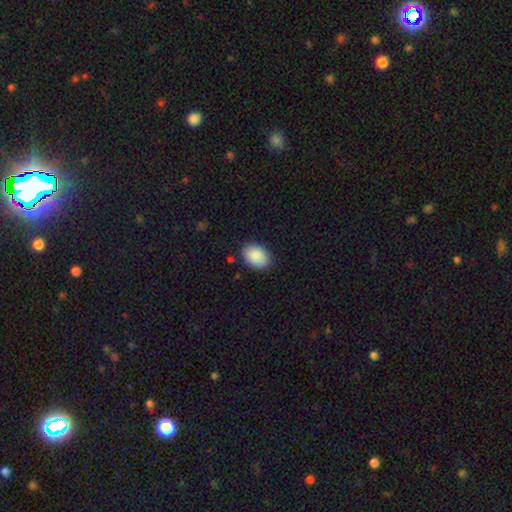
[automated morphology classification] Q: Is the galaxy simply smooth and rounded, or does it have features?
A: smooth — 89%.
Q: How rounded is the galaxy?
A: in between — 80%.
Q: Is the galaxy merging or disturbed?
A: none — 85%.